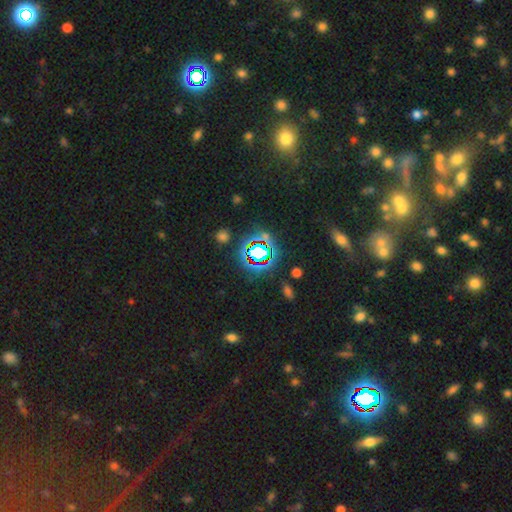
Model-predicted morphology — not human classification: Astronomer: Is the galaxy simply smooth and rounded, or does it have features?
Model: star or artifact — 71%.